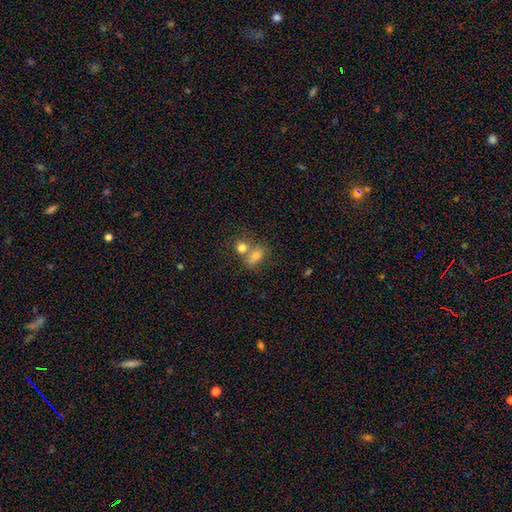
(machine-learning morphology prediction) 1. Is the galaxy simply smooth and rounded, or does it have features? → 73% smooth, 15% featured or disk, 12% star or artifact.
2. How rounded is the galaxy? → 61% in between, 35% round, 3% cigar-shaped.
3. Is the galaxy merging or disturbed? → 50% merger, 33% none, 10% minor disturbance, 6% major disturbance.